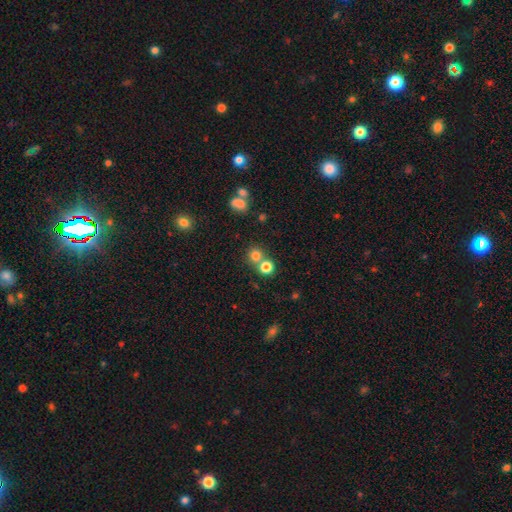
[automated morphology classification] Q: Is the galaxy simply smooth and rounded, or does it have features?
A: smooth — 76%.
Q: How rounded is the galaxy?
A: round — 89%.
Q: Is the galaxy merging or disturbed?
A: none — 60%.